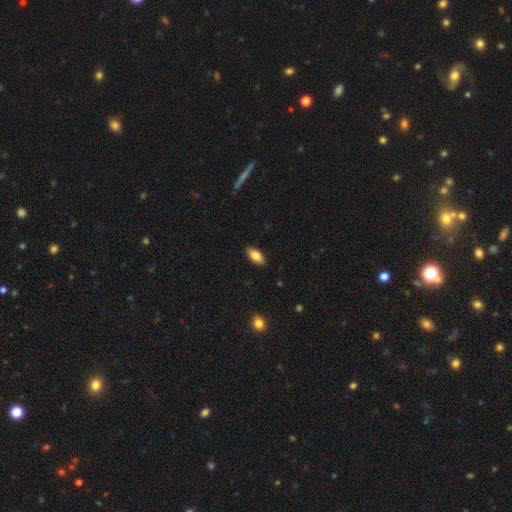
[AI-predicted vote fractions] A smooth galaxy with no disk features (85%) that is in between round and cigar-shaped (90%).

Vote fractions:
- Smooth or featured? smooth: 85% / featured or disk: 8% / star or artifact: 7%
- How rounded? in between: 90% / cigar-shaped: 7% / round: 2%
- Merging? none: 89% / minor disturbance: 8% / major disturbance: 2% / merger: 1%